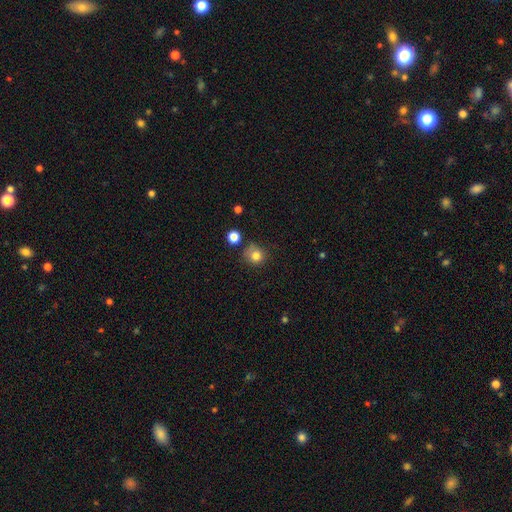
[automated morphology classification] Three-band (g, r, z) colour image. It shows a smooth galaxy with no disk features (80%) that is round (87%). Merging: none (67%).